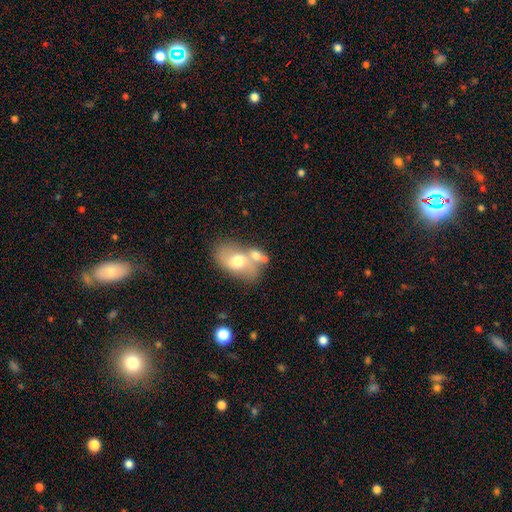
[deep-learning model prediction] Smooth or featured: smooth — 54% (featured or disk — 38%)
How rounded: in between — 82% (round — 15%)
Merging: merger — 44% (none — 37%)